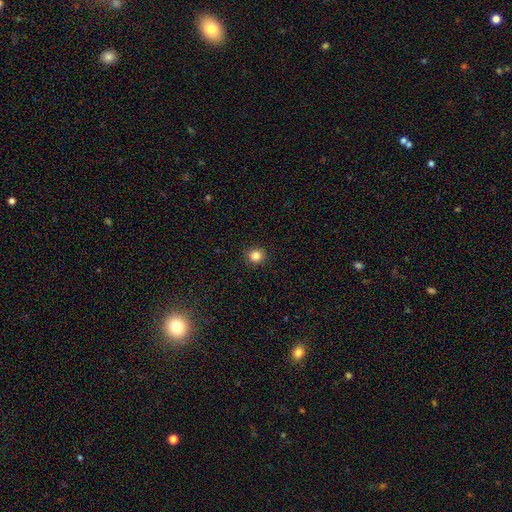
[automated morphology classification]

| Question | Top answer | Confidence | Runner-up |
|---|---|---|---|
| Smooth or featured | smooth | 84% | star or artifact (12%) |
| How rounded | round | 92% | in between (7%) |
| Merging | none | 92% | minor disturbance (5%) |